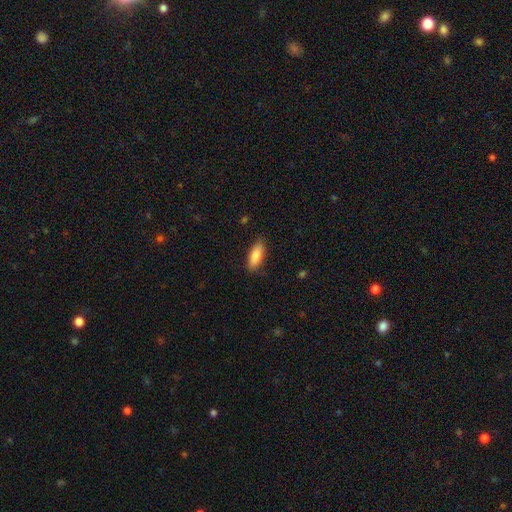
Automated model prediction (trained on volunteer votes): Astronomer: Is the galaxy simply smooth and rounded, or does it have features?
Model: smooth — 85%.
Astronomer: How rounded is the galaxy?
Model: in between — 72%.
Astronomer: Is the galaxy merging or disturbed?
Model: none — 85%.